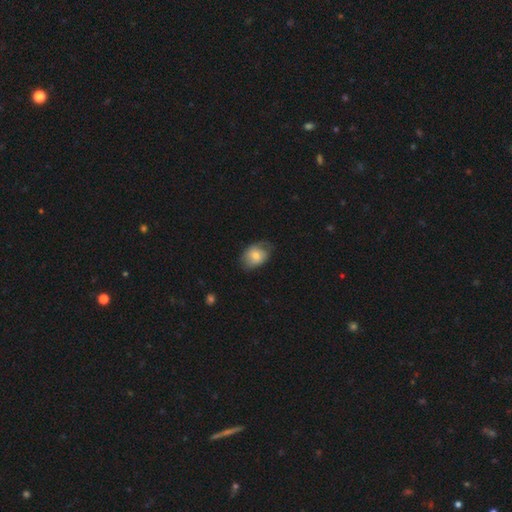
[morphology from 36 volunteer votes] type=smooth (89%); roundness=in between (75%); merging=none (61%).